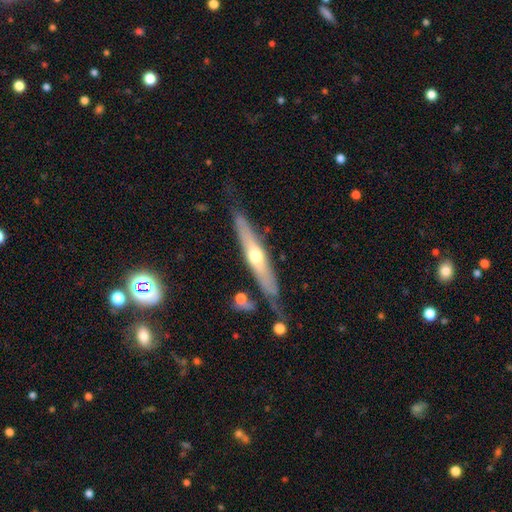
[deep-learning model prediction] Smooth or featured? featured or disk (60%)
Edge-on disk? yes (87%)
Edge-on bulge? rounded (84%)
Merging? none (72%)